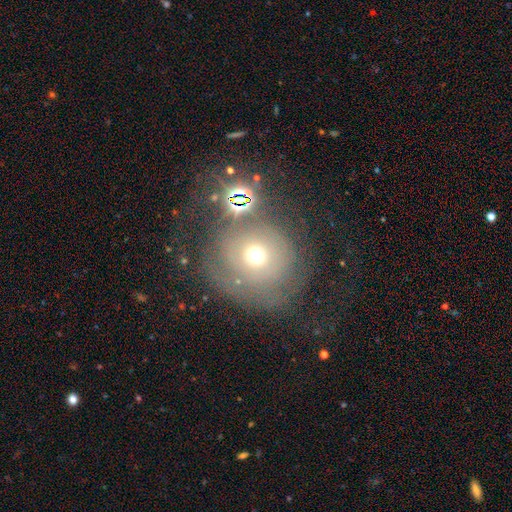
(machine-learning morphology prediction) Q: Smooth or featured?
A: smooth (48%); runner-up: featured or disk (32%)
Q: Merging?
A: none (53%); runner-up: minor disturbance (19%)